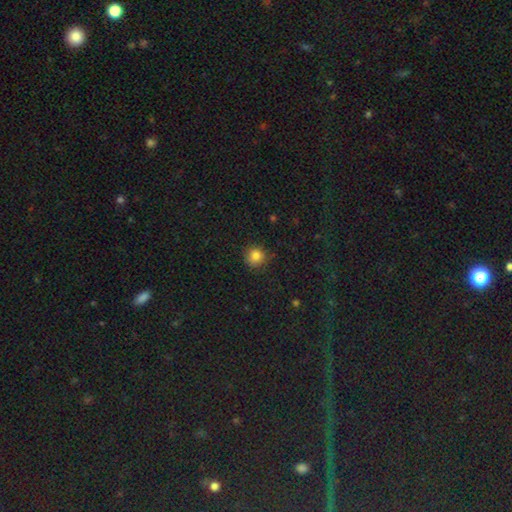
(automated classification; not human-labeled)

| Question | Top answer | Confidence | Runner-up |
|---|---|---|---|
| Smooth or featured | smooth | 81% | star or artifact (13%) |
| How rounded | round | 91% | in between (8%) |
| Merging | none | 83% | minor disturbance (13%) |